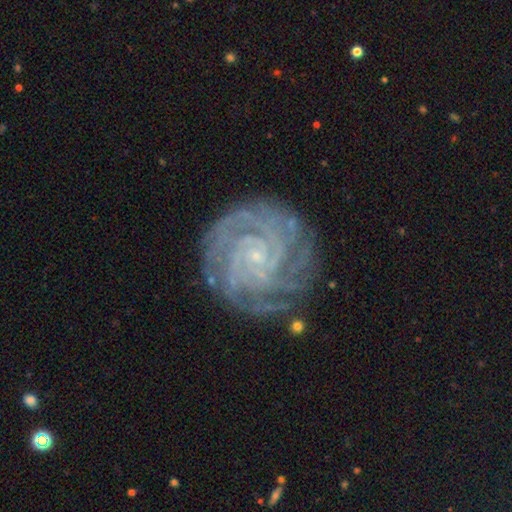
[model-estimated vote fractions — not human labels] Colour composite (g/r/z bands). It shows a featured or disk galaxy (90%) with no bar (71%), 4 (29%) tight (83%) spiral arms (98%) and a small central bulge (87%). Merging: none (80%).